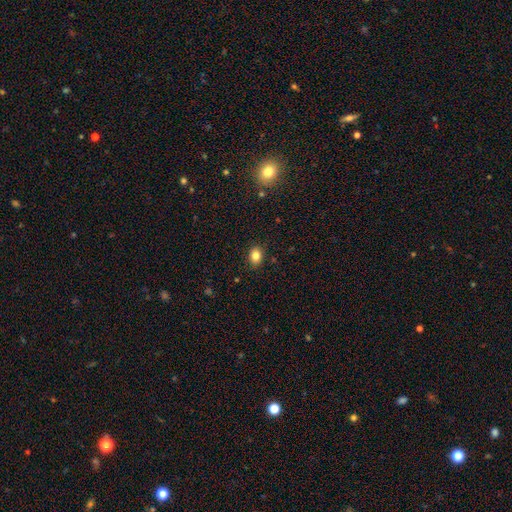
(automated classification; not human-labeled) This is clearly a smooth galaxy (83%). How rounded: likely in between (61%). Merging: clearly none (89%).